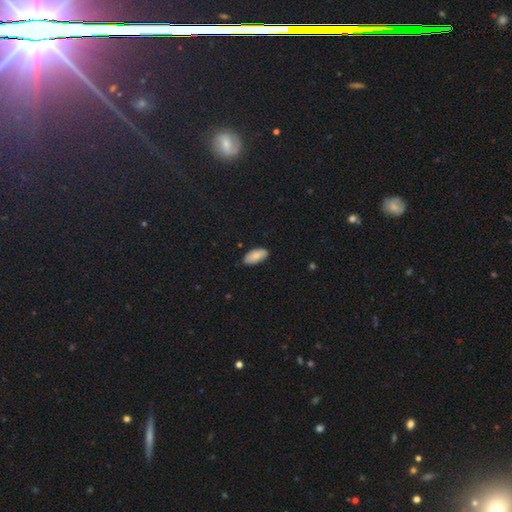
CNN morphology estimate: A smooth galaxy with no disk features (82%) that is in between round and cigar-shaped (93%). Merging: none (85%).